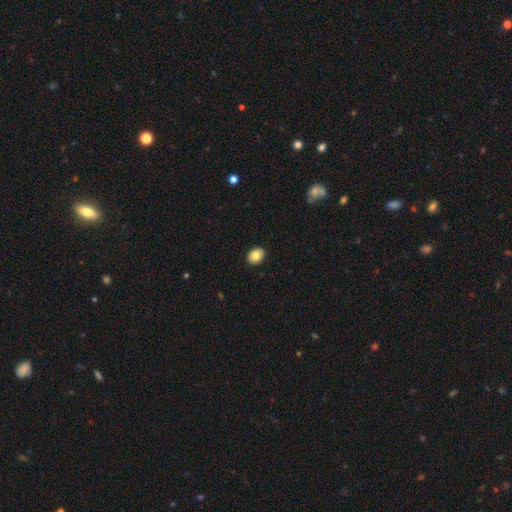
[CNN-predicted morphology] smooth_or_featured: smooth (p=0.81) [alt: featured or disk p=0.10]
how_rounded: in between (p=0.55) [alt: round p=0.44]
merging: none (p=0.91) [alt: minor disturbance p=0.07]